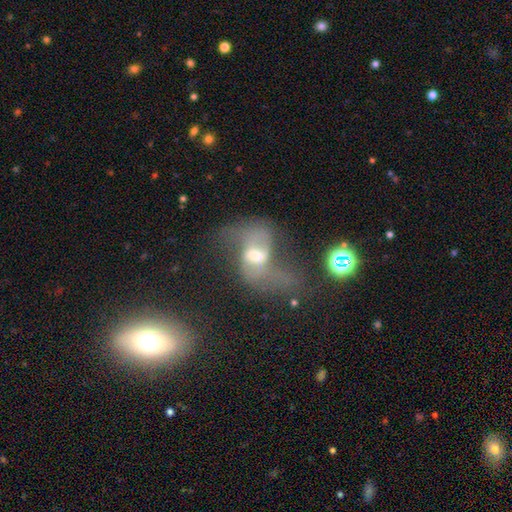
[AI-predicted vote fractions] Morphology: type=featured or disk (73%); edge-on=no (94%); bar=weak (49%); spiral arms=yes (79%); winding=loose (78%); arm count=2 (87%); bulge=moderate (60%); merging=major disturbance (38%).